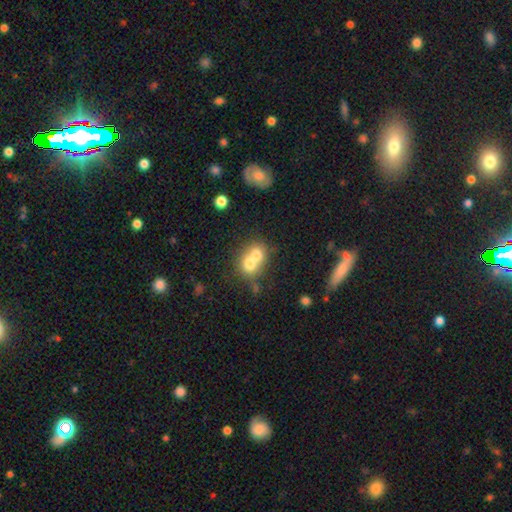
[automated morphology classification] Smooth or featured? Predicted: smooth (p=0.68). How rounded? Predicted: round (p=0.68). Merging? Predicted: merger (p=0.69).